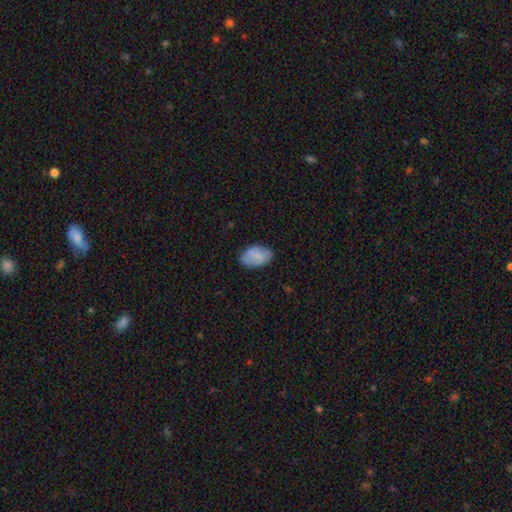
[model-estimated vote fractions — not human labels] Smooth or featured?
  - smooth: 74% *
  - featured or disk: 19%
  - star or artifact: 8%
How rounded?
  - in between: 91% *
  - round: 8%
  - cigar-shaped: 1%
Merging?
  - none: 76% *
  - minor disturbance: 19%
  - major disturbance: 4%
  - merger: 1%